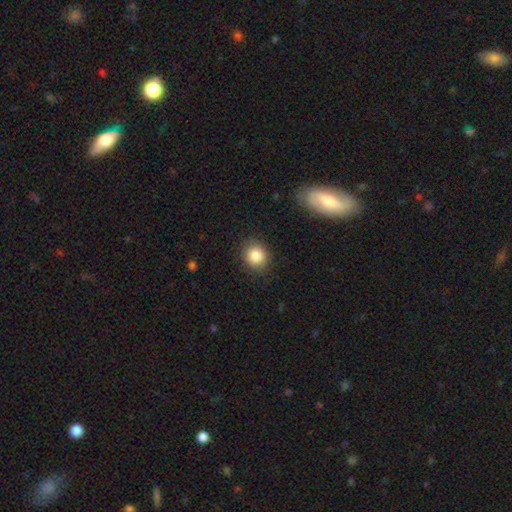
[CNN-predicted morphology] A smooth galaxy with no disk features (85%) that is round (78%). Merging: none (88%).